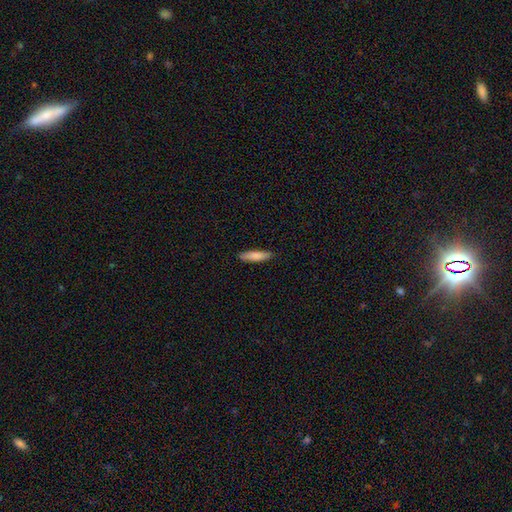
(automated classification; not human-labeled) Morphology: type=smooth (85%); roundness=cigar-shaped (74%); merging=none (89%).